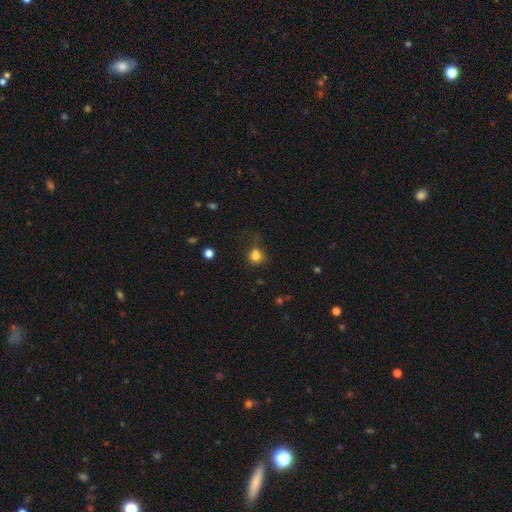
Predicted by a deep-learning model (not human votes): Smooth or featured: smooth — 81% (star or artifact — 13%)
How rounded: round — 83% (in between — 16%)
Merging: none — 64% (minor disturbance — 22%)